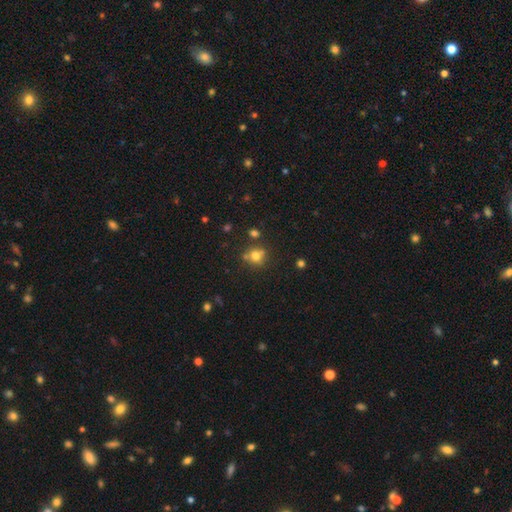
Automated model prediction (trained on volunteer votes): A smooth galaxy with no disk features (71%) that is round (81%).

Vote fractions:
- Smooth or featured? smooth: 71% / star or artifact: 17% / featured or disk: 12%
- How rounded? round: 81% / in between: 18% / cigar-shaped: 1%
- Merging? none: 64% / merger: 18% / minor disturbance: 13% / major disturbance: 4%